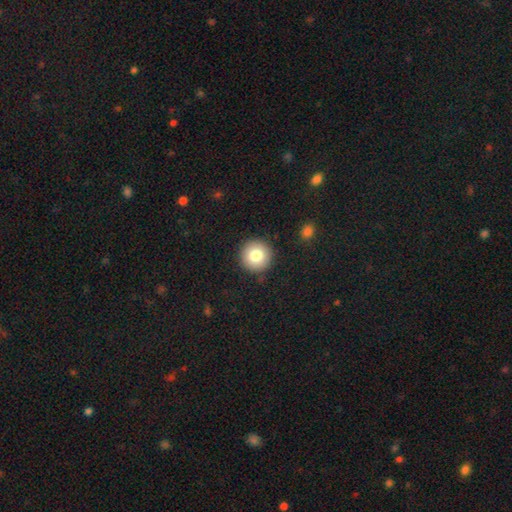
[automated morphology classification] This is clearly a smooth galaxy (80%). How rounded: clearly round (96%). Merging: clearly none (91%).